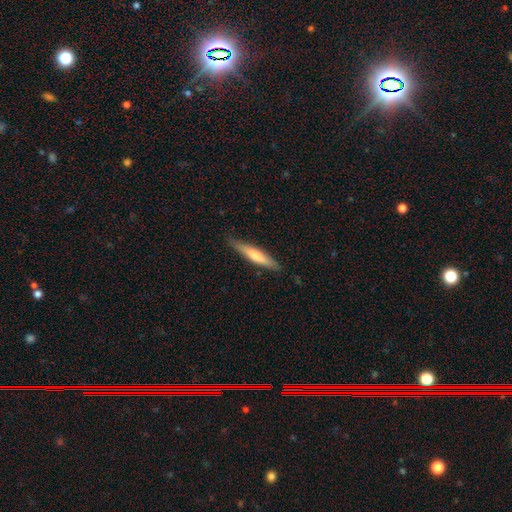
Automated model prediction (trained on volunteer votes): smooth-or-featured: smooth: 61% | featured or disk: 34% | star or artifact: 5%
  how-rounded: cigar-shaped: 89% | in between: 9% | round: 1%
  merging: none: 83% | minor disturbance: 14% | major disturbance: 2% | merger: 1%